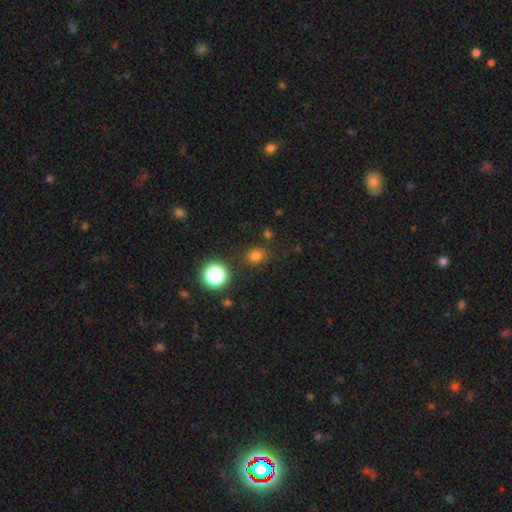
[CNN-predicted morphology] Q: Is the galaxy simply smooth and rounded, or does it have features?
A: smooth — 75%.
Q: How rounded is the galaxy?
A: round — 64%.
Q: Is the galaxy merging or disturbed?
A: none — 82%.